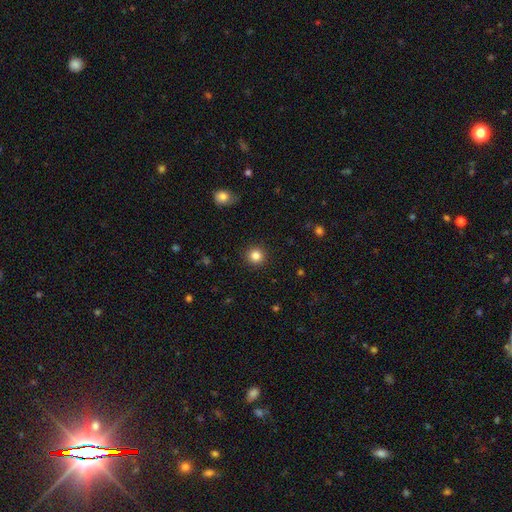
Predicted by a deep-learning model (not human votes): smooth_or_featured: smooth (p=0.84) [alt: star or artifact p=0.12]
how_rounded: round (p=0.94) [alt: in between p=0.05]
merging: none (p=0.92) [alt: minor disturbance p=0.05]